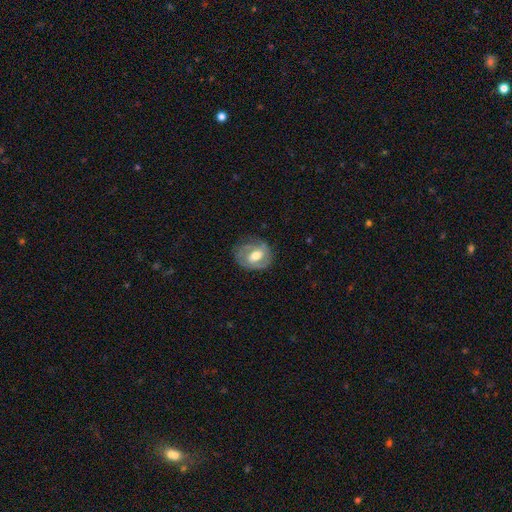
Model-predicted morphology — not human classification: Smooth or featured? featured or disk (57%)
Edge-on disk? no (95%)
Bar? weak (41%)
Spiral arms? yes (60%)
Bulge size? moderate (68%)
Merging? none (65%)